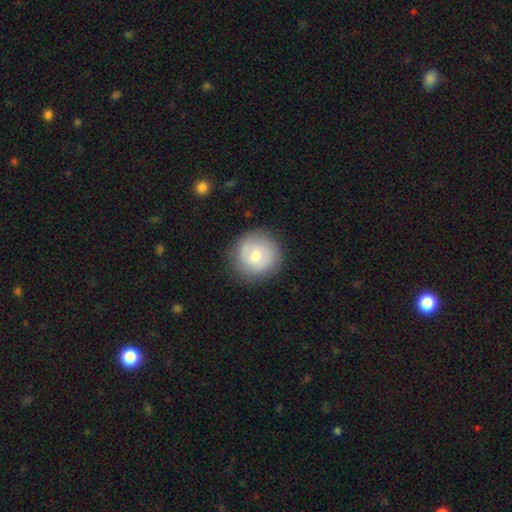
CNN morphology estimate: Smooth or featured: smooth — 65% (featured or disk — 28%)
How rounded: round — 94% (in between — 5%)
Merging: none — 85% (minor disturbance — 10%)